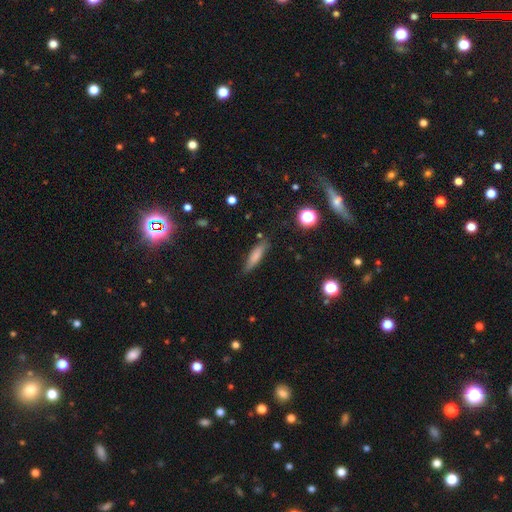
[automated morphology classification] Smooth or featured? Predicted: smooth (p=0.75). How rounded? Predicted: cigar-shaped (p=0.75). Merging? Predicted: none (p=0.81).